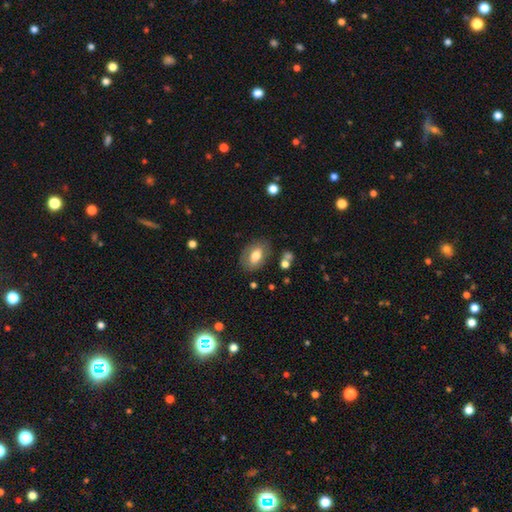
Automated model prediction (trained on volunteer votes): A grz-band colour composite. It shows a smooth galaxy with no disk features (71%) that is in between round and cigar-shaped (86%). Merging: none (79%).